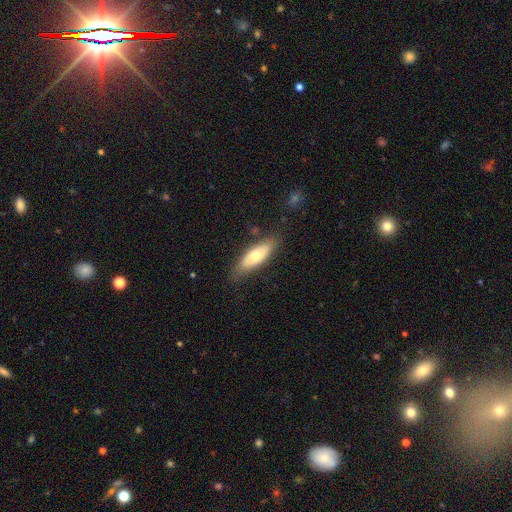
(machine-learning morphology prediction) Smooth or featured? smooth (64%)
How rounded? in between (63%)
Merging? none (76%)